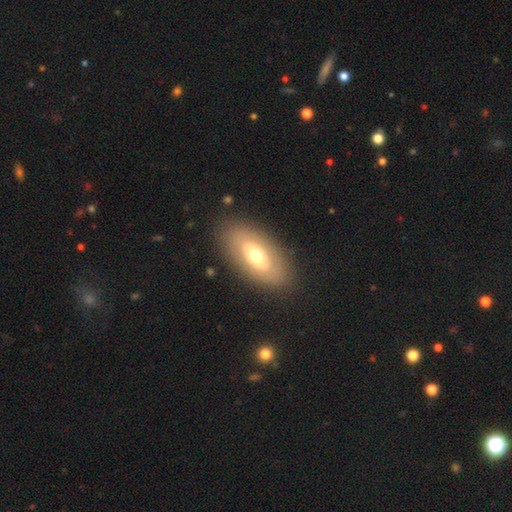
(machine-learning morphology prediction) A smooth galaxy with no disk features (55%) that is in between round and cigar-shaped (90%). Merging: none (85%).